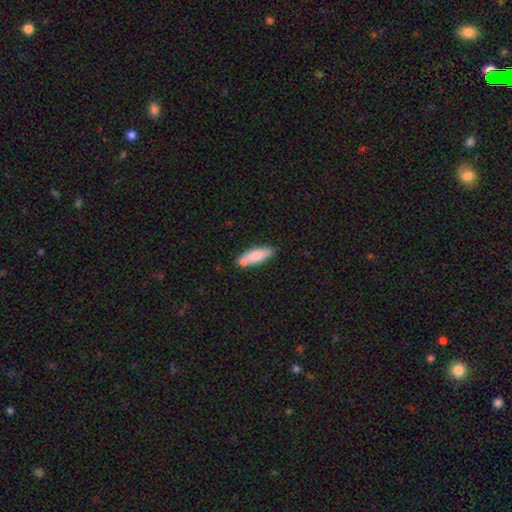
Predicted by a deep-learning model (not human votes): The model was most divided on "how rounded": in between: 53%, cigar-shaped: 45%, round: 2%. More confident: smooth or featured — smooth (80%); merging — none (66%).